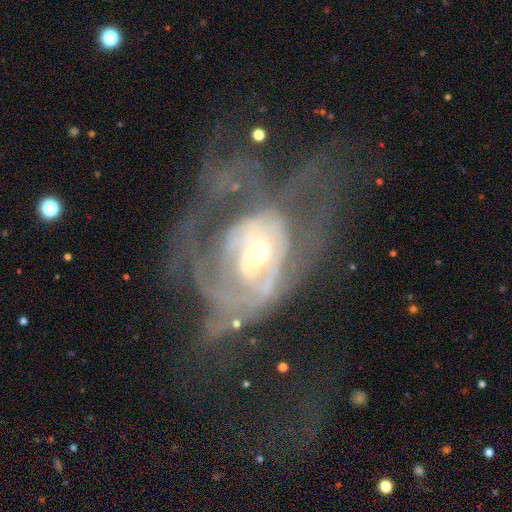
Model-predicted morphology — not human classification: smooth_or_featured: featured or disk (p=0.78) [alt: smooth p=0.13]
disk_edge_on: no (p=0.95) [alt: yes p=0.05]
bar: no (p=0.68) [alt: weak p=0.23]
has_spiral_arms: yes (p=0.62) [alt: no p=0.38]
bulge_size: moderate (p=0.56) [alt: small p=0.33]
merging: major disturbance (p=0.64) [alt: none p=0.18]